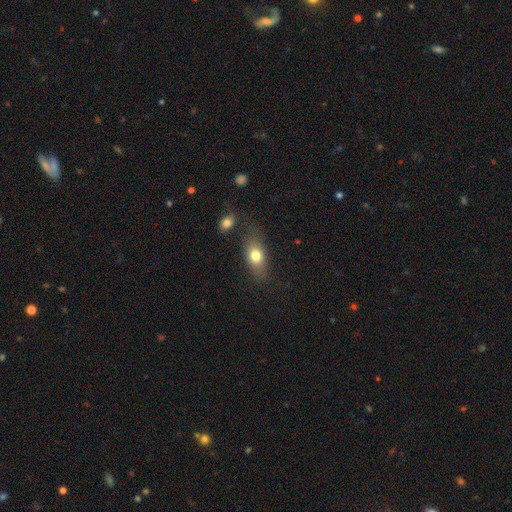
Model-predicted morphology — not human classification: Smooth or featured: smooth — 75% (featured or disk — 16%)
How rounded: in between — 76% (round — 16%)
Merging: none — 72% (minor disturbance — 17%)